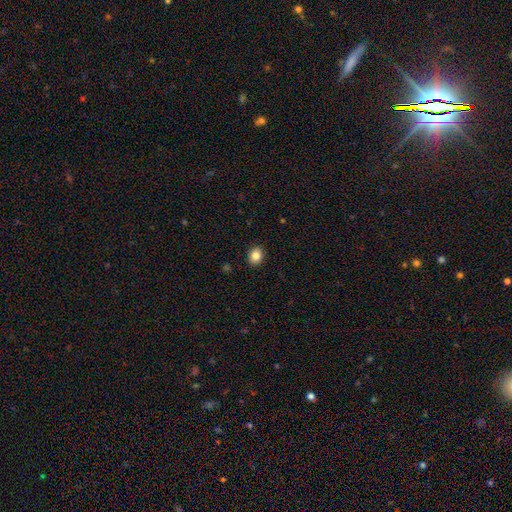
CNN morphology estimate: The model was most divided on "how rounded": round: 51%, in between: 48%, cigar-shaped: 1%. More confident: merging — none (90%); smooth or featured — smooth (85%).